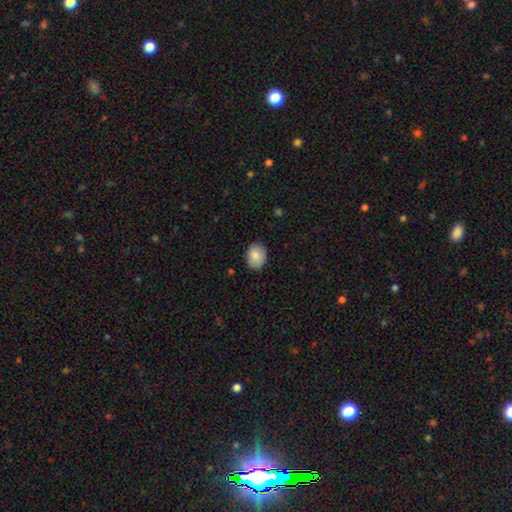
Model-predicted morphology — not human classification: Smooth or featured? Predicted: smooth (p=0.85). How rounded? Predicted: in between (p=0.62). Merging? Predicted: none (p=0.84).